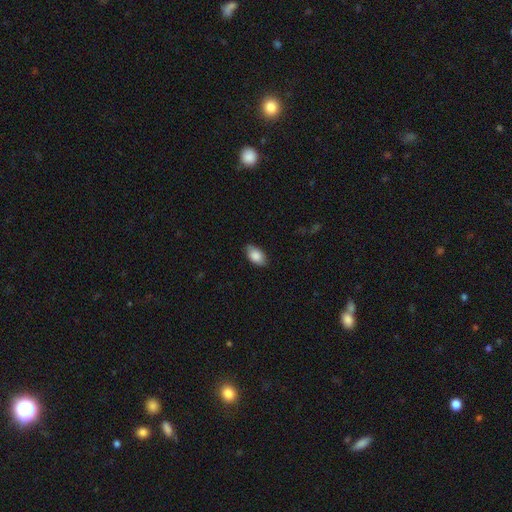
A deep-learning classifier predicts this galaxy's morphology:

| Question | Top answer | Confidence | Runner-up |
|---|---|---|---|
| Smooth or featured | smooth | 85% | featured or disk (8%) |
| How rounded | in between | 93% | round (5%) |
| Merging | none | 81% | minor disturbance (15%) |